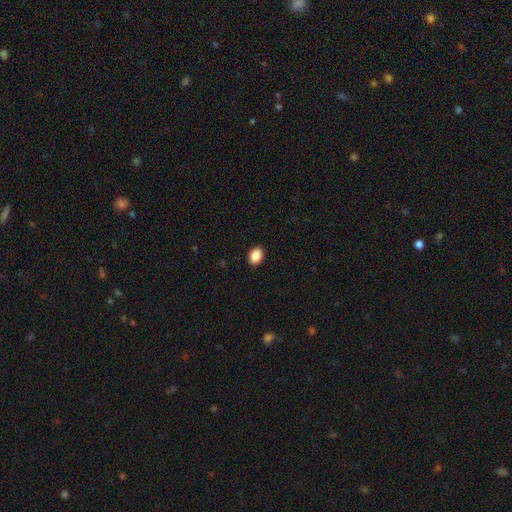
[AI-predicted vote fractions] smooth 88%, star or artifact 8%, featured or disk 4%. Down the decision tree: how rounded — in between (74%); merging — none (91%).